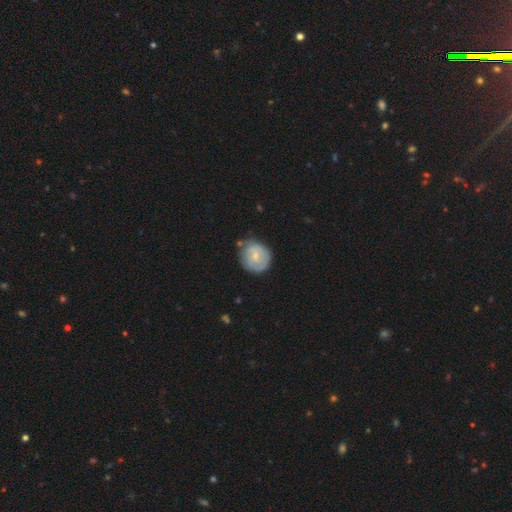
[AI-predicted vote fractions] Smooth or featured?
  - featured or disk: 51% *
  - smooth: 43%
  - star or artifact: 6%
Edge-on disk?
  - no: 98% *
  - yes: 2%
Bar?
  - no: 58% *
  - weak: 37%
  - strong: 5%
Spiral arms?
  - yes: 73% *
  - no: 27%
Bulge size?
  - small: 60% *
  - moderate: 31%
  - none: 6%
  - large: 2%
  - dominant: 1%
Merging?
  - none: 62% *
  - minor disturbance: 27%
  - major disturbance: 7%
  - merger: 3%